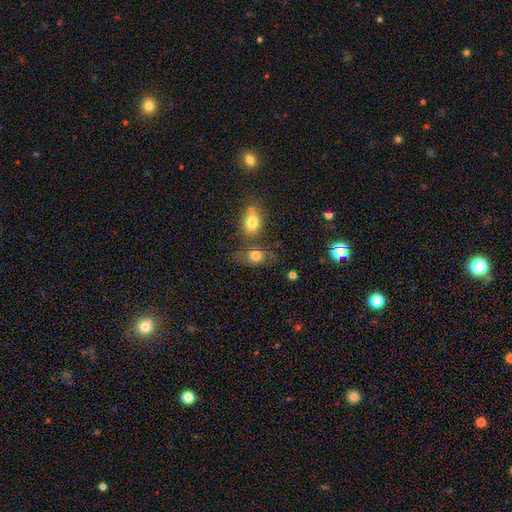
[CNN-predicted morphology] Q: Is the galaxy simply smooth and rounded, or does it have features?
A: smooth — 74%.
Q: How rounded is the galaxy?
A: in between — 59%.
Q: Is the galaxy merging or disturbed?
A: none — 51%.